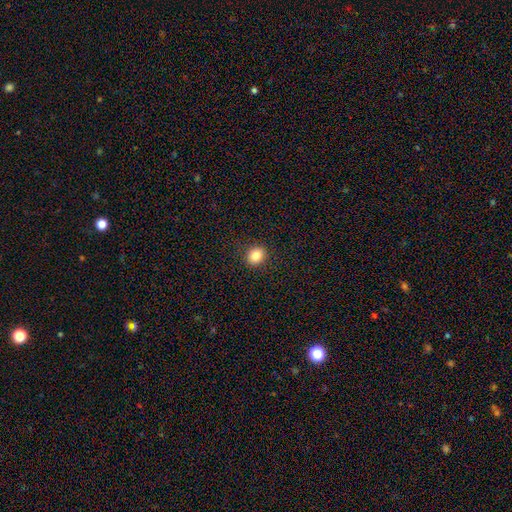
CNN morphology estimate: The model was most divided on "how rounded": round: 66%, in between: 34%, cigar-shaped: 1%. More confident: merging — none (91%); smooth or featured — smooth (85%).